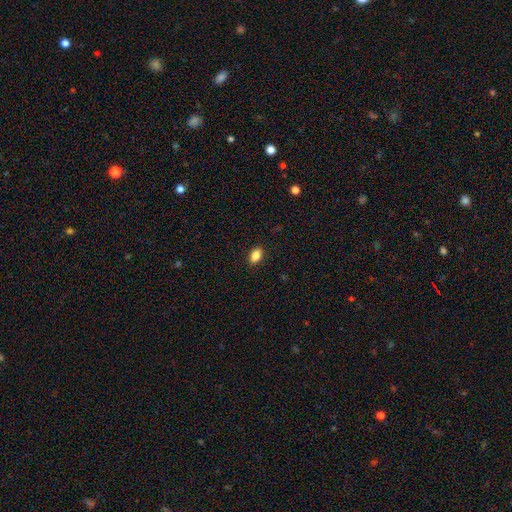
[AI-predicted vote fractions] Morphology: type=smooth (85%); roundness=in between (87%); merging=none (89%).